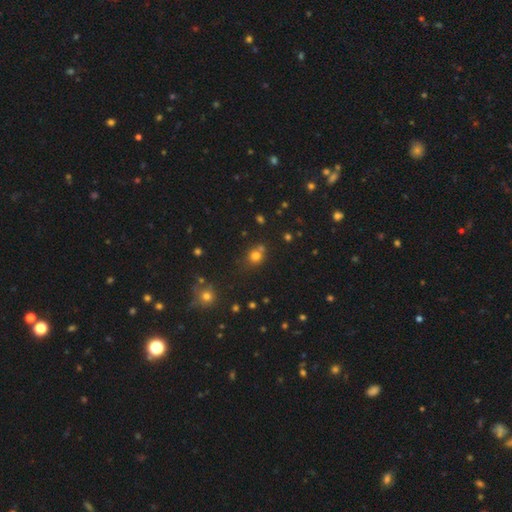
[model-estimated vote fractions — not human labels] The model was most divided on "merging": none: 62%, merger: 22%, minor disturbance: 12%, major disturbance: 4%. More confident: how rounded — round (81%); smooth or featured — smooth (74%).